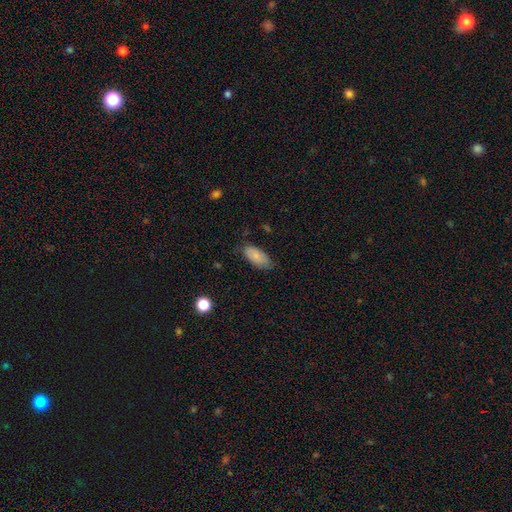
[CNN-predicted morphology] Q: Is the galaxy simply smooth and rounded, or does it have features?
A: smooth — 82%.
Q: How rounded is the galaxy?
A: in between — 91%.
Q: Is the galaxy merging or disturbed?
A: none — 68%.